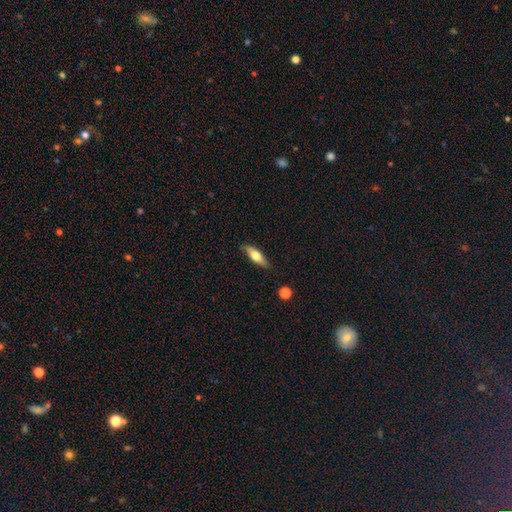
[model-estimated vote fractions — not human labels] smooth-or-featured: smooth: 56% | featured or disk: 38% | star or artifact: 6%
  how-rounded: cigar-shaped: 49% | in between: 48% | round: 3%
  merging: none: 80% | minor disturbance: 15% | major disturbance: 3% | merger: 2%